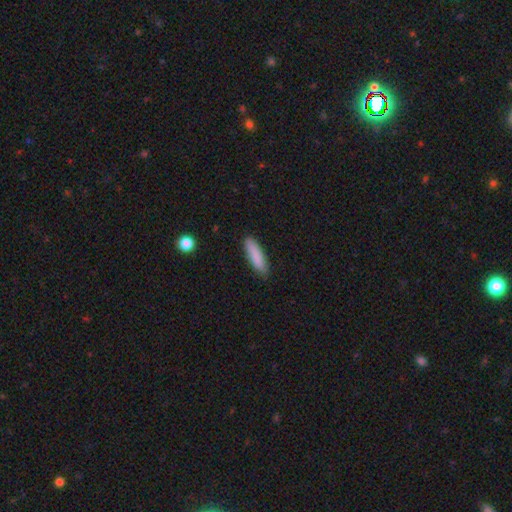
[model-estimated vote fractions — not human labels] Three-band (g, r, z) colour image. It shows a smooth galaxy with no disk features (86%) that is cigar-shaped (66%). Merging: none (85%).